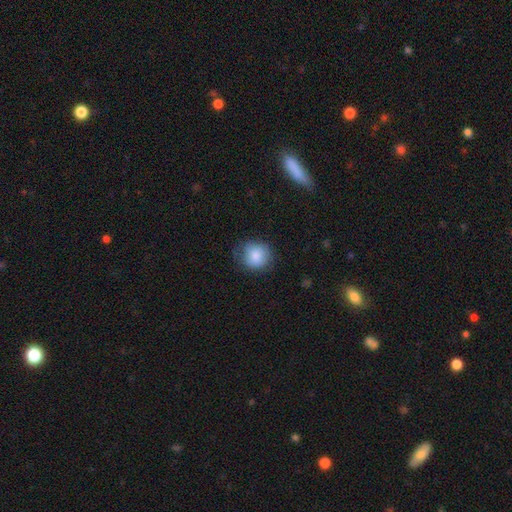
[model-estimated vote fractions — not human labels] smooth-or-featured: smooth: 84% | featured or disk: 9% | star or artifact: 7%
  how-rounded: round: 85% | in between: 14% | cigar-shaped: 1%
  merging: none: 67% | minor disturbance: 25% | major disturbance: 7% | merger: 1%